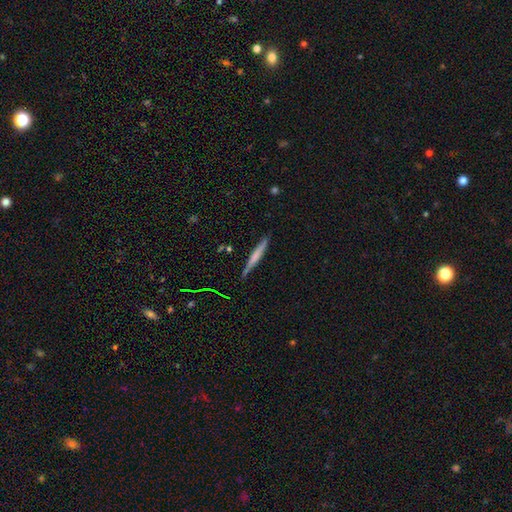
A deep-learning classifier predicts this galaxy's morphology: smooth 52%, featured or disk 41%, star or artifact 7%. Down the decision tree: how rounded — cigar-shaped (95%); merging — none (87%).